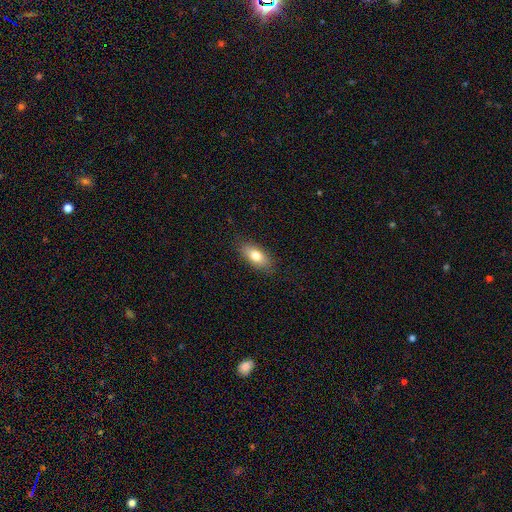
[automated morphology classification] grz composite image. It shows a smooth galaxy with no disk features (77%) that is in between round and cigar-shaped (85%). Merging: none (85%).